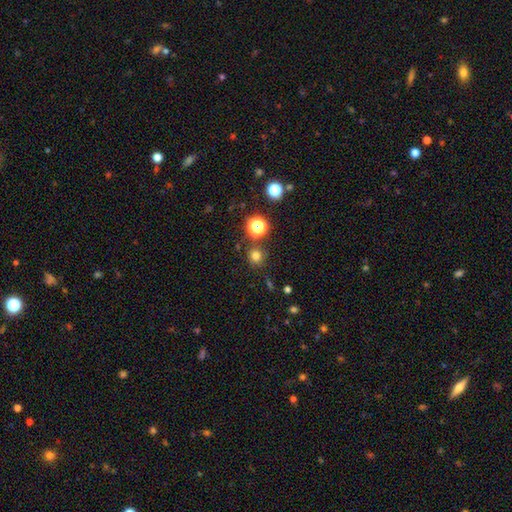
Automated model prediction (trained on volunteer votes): Smooth or featured: smooth — 72% (star or artifact — 21%)
How rounded: round — 92% (in between — 7%)
Merging: none — 83% (minor disturbance — 8%)